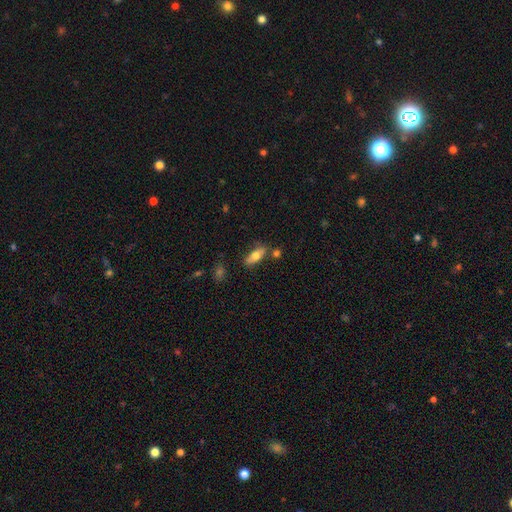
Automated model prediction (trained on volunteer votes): A smooth galaxy with no disk features (62%) that is in between round and cigar-shaped (68%).

Vote fractions:
- Smooth or featured? smooth: 62% / featured or disk: 31% / star or artifact: 7%
- How rounded? in between: 68% / cigar-shaped: 28% / round: 4%
- Merging? none: 69% / minor disturbance: 16% / merger: 10% / major disturbance: 4%